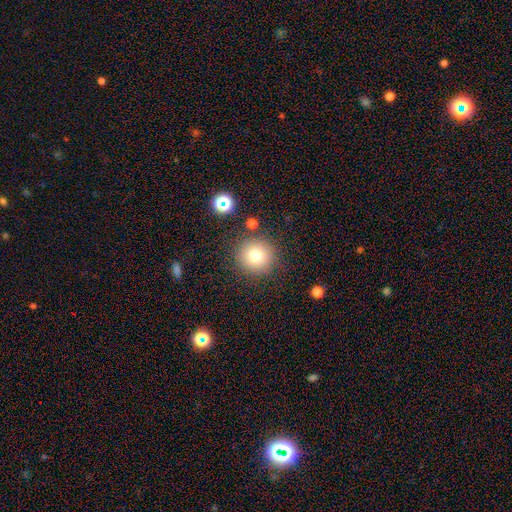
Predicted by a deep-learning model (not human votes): Morphology: type=smooth (75%); roundness=round (95%); merging=none (85%).